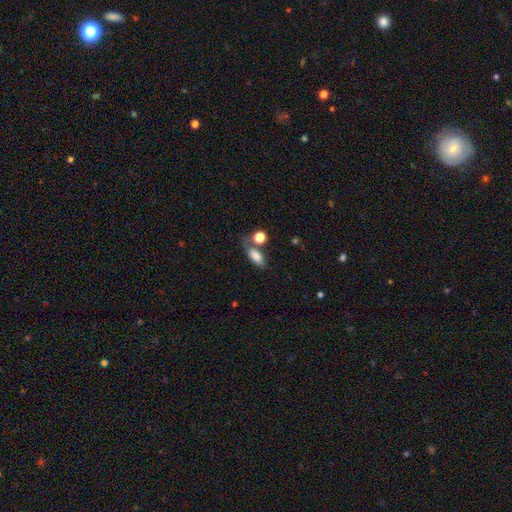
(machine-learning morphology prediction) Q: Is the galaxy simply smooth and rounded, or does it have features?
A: smooth — 79%.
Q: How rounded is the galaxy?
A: in between — 78%.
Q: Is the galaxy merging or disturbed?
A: none — 50%.